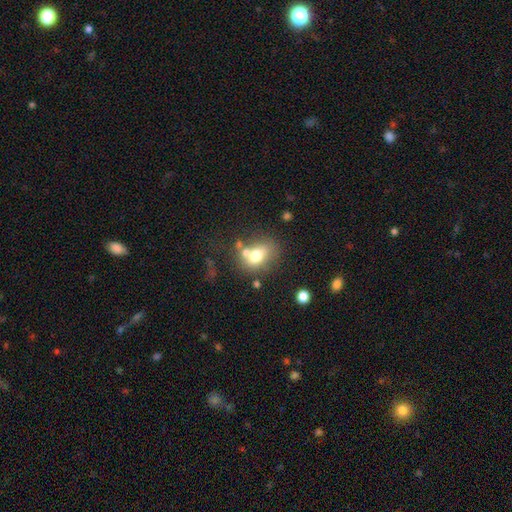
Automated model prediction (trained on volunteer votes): A smooth galaxy with no disk features (68%) that is in between round and cigar-shaped (63%).

Vote fractions:
- Smooth or featured? smooth: 68% / featured or disk: 21% / star or artifact: 11%
- How rounded? in between: 63% / round: 36% / cigar-shaped: 2%
- Merging? none: 45% / merger: 28% / minor disturbance: 17% / major disturbance: 10%